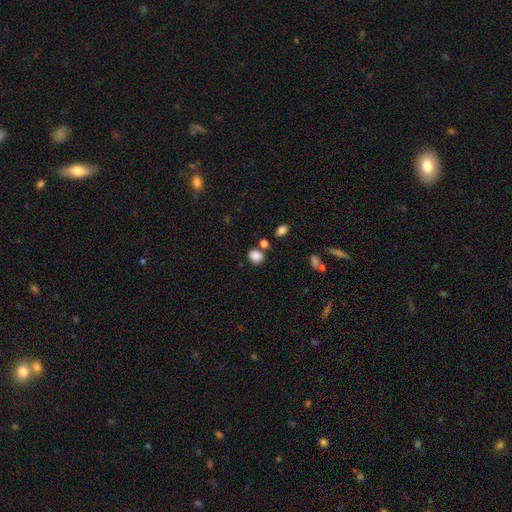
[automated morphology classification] Smooth or featured?
  - smooth: 85% *
  - star or artifact: 11%
  - featured or disk: 4%
How rounded?
  - round: 57% *
  - in between: 42%
  - cigar-shaped: 1%
Merging?
  - none: 68% *
  - merger: 14%
  - minor disturbance: 13%
  - major disturbance: 5%